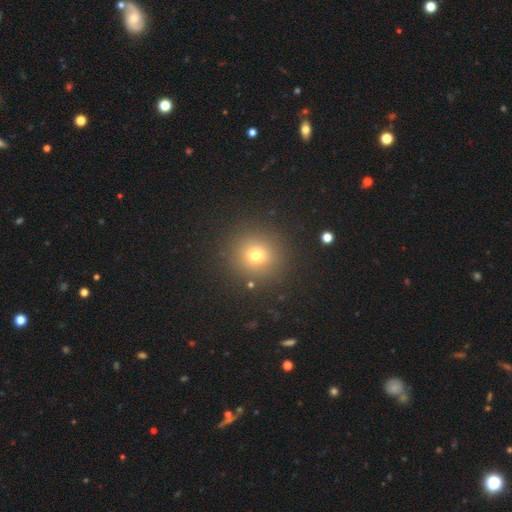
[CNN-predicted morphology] Smooth or featured? smooth (72%)
How rounded? round (92%)
Merging? none (89%)